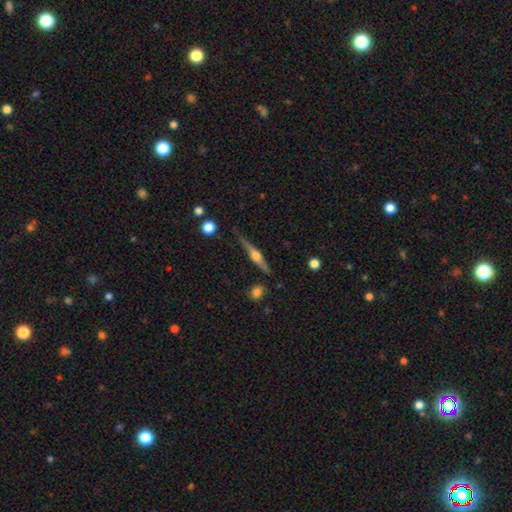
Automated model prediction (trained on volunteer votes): Smooth or featured? Predicted: featured or disk (p=0.74). Edge-on disk? Predicted: yes (p=0.98). Edge-on bulge? Predicted: rounded (p=0.93). Merging? Predicted: none (p=0.81).